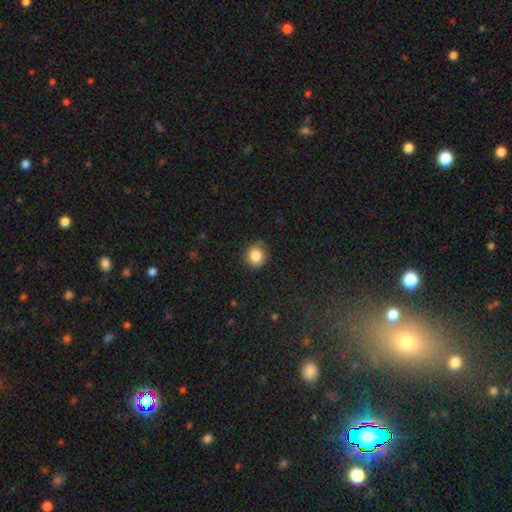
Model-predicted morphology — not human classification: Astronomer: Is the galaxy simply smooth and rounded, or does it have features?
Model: smooth — 85%.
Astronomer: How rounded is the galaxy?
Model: round — 84%.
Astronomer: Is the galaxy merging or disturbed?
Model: none — 84%.